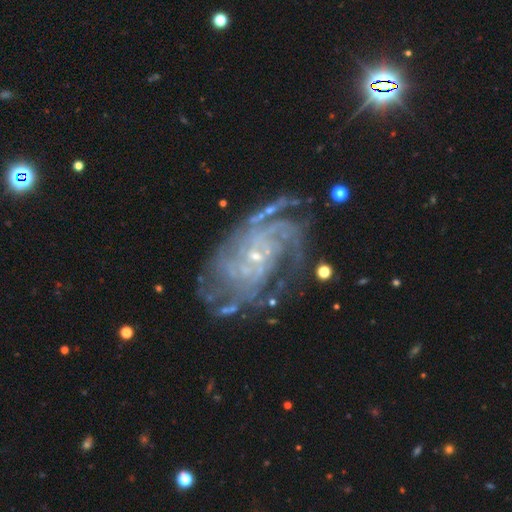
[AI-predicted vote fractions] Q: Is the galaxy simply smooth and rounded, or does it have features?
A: featured or disk — 88%.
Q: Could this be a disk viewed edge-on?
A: no — 97%.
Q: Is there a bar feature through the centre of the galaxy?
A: no — 68%.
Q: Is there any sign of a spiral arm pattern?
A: yes — 97%.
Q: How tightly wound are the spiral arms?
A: tight — 59%.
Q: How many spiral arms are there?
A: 4 — 24%, tied with can't tell.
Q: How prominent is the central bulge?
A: small — 84%.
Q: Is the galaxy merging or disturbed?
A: none — 63%.